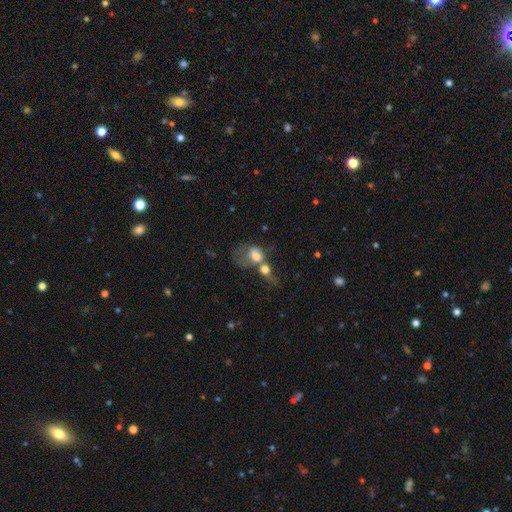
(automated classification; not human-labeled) Morphology: type=smooth (59%); roundness=in between (63%); merging=merger (64%).